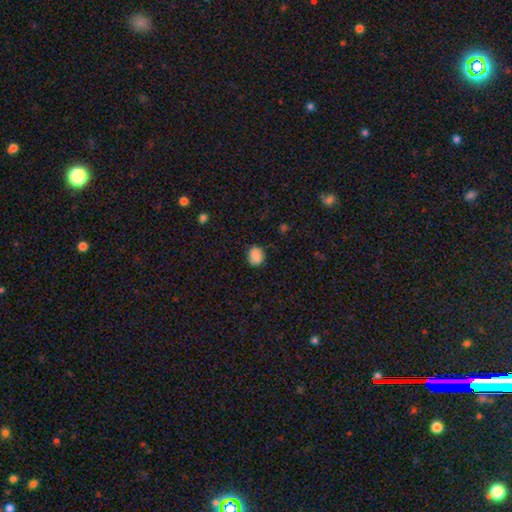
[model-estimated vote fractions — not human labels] Smooth or featured? Predicted: smooth (p=0.85). How rounded? Predicted: round (p=0.63). Merging? Predicted: none (p=0.82).